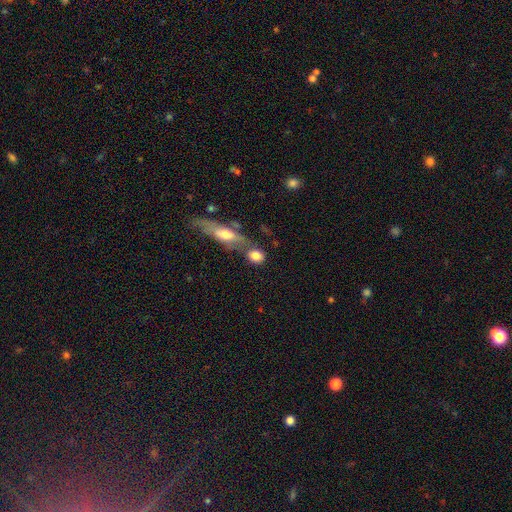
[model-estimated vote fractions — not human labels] Smooth or featured?
  - smooth: 79% *
  - featured or disk: 13%
  - star or artifact: 8%
How rounded?
  - round: 53% *
  - in between: 41%
  - cigar-shaped: 6%
Merging?
  - none: 49% *
  - merger: 28%
  - minor disturbance: 15%
  - major disturbance: 7%